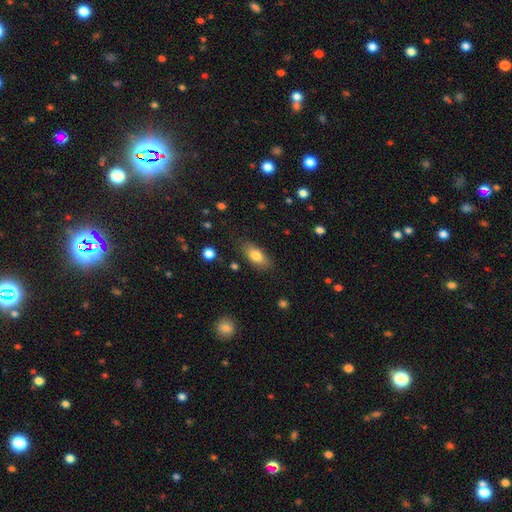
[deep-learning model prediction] This is likely a smooth galaxy (79%). How rounded: clearly in between (85%). Merging: clearly none (81%).